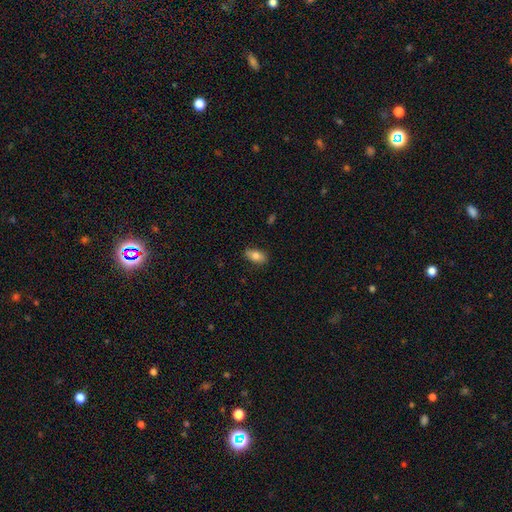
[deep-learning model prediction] This is likely a smooth galaxy (77%). How rounded: clearly in between (88%). Merging: clearly none (83%).